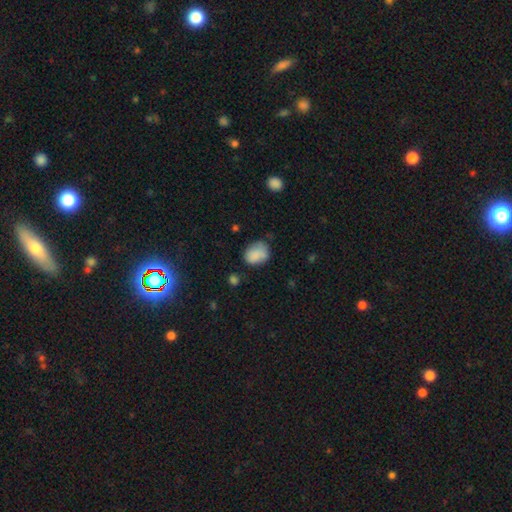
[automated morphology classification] This appears to be a smooth galaxy with no disk features (82%) that is in between round and cigar-shaped (63%). Merging: none (55%).